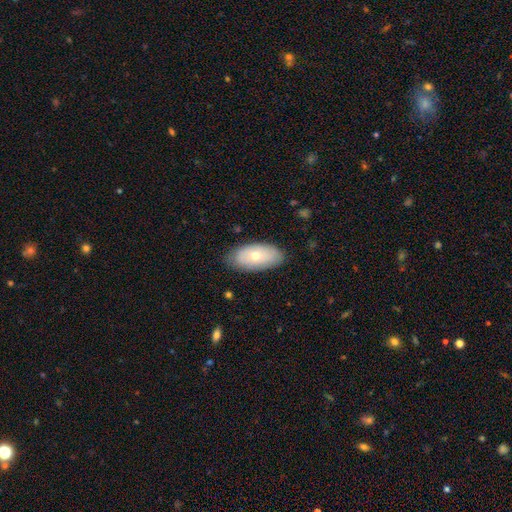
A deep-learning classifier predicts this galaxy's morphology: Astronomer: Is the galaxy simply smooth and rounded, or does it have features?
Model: smooth — 61%.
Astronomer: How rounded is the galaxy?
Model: in between — 93%.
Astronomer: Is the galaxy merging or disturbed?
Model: none — 82%.